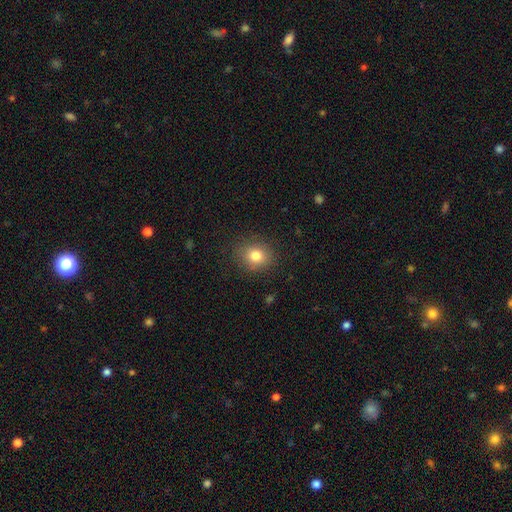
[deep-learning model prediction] Smooth or featured: smooth — 80% (star or artifact — 12%)
How rounded: round — 69% (in between — 30%)
Merging: none — 86% (minor disturbance — 9%)